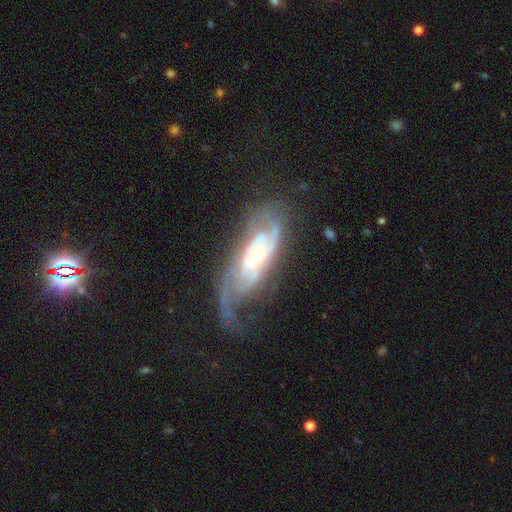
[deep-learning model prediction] Morphology: type=featured or disk (85%); edge-on=no (90%); bar=no (54%); spiral arms=yes (94%); winding=tight (52%); arm count=2 (38%); bulge=moderate (58%); merging=none (48%).